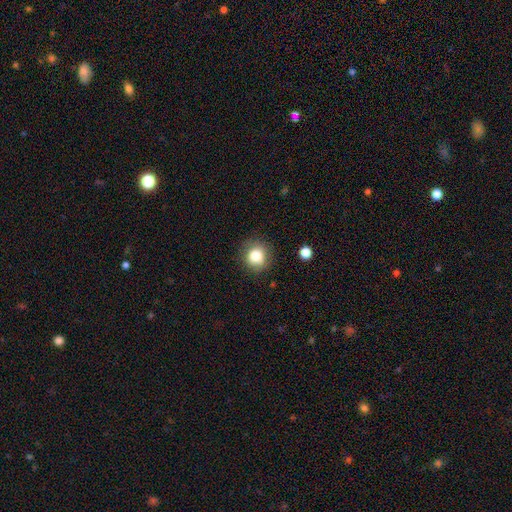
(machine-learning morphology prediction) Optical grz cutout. It shows a smooth galaxy with no disk features (80%) that is round (86%). Merging: none (82%).